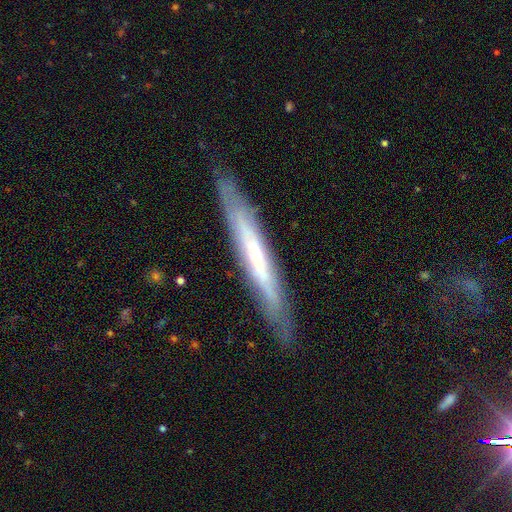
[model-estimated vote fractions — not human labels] smooth_or_featured: featured or disk (p=0.65) [alt: smooth p=0.28]
disk_edge_on: yes (p=0.78) [alt: no p=0.22]
edge_on_bulge: none (p=0.61) [alt: rounded p=0.32]
merging: none (p=0.84) [alt: minor disturbance p=0.12]